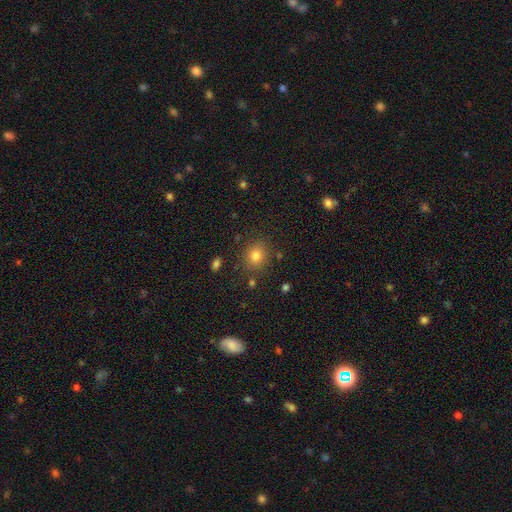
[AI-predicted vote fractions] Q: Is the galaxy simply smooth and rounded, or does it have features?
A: smooth — 80%.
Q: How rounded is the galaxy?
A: round — 75%.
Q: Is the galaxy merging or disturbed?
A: none — 83%.